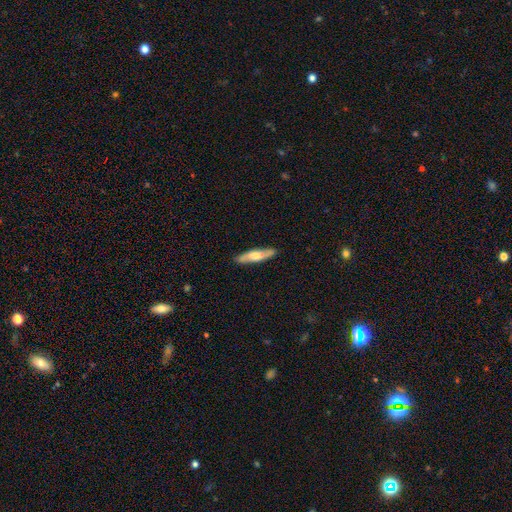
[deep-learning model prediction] smooth 52%, featured or disk 42%, star or artifact 6%. Down the decision tree: how rounded — cigar-shaped (76%); merging — none (84%).